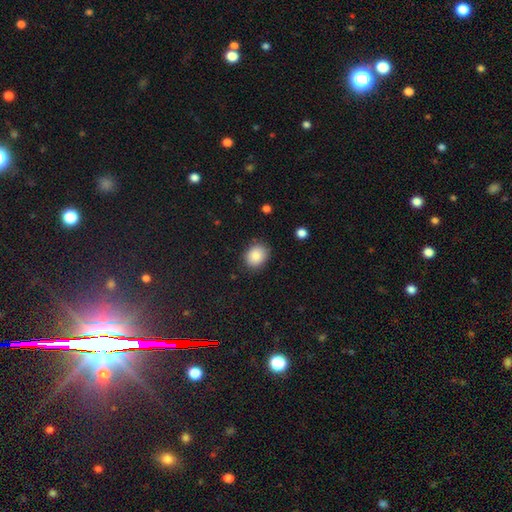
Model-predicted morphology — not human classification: Overall: smooth (86%). How rounded: round (51%; in between 48%). Merging: none (84%).